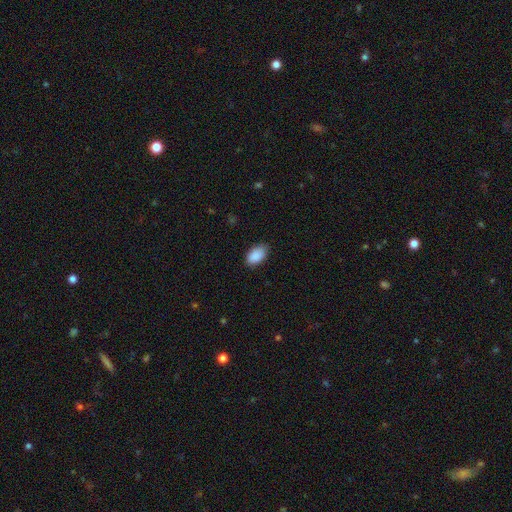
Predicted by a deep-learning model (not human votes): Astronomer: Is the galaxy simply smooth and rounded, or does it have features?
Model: smooth — 90%.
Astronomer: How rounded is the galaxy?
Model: in between — 94%.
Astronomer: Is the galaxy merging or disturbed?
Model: none — 82%.